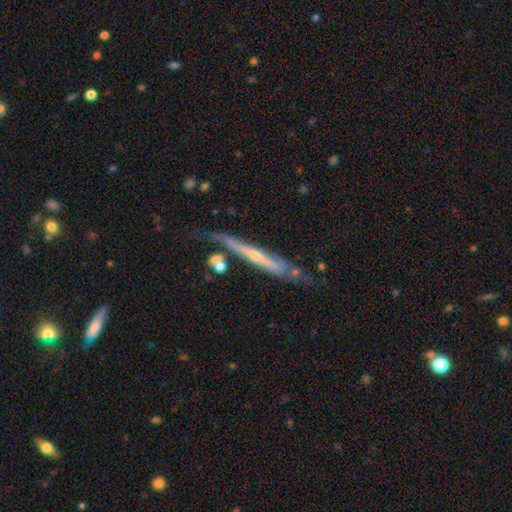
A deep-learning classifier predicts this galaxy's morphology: type=featured or disk (74%); edge-on=yes (89%); edge-on bulge=rounded (52%); merging=none (59%).